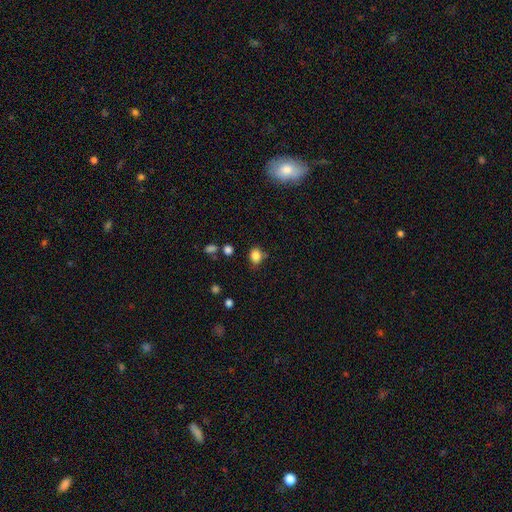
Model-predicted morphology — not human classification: smooth_or_featured: smooth (p=0.83) [alt: star or artifact p=0.11]
how_rounded: round (p=0.54) [alt: in between p=0.45]
merging: none (p=0.74) [alt: minor disturbance p=0.17]